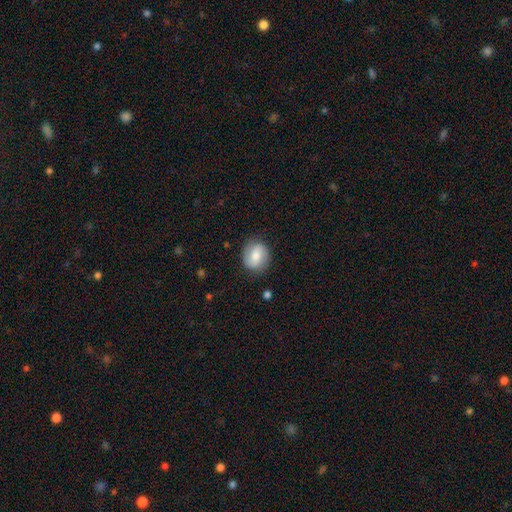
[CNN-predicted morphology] Smooth or featured: smooth — 50% (featured or disk — 43%)
Merging: none — 83% (minor disturbance — 12%)